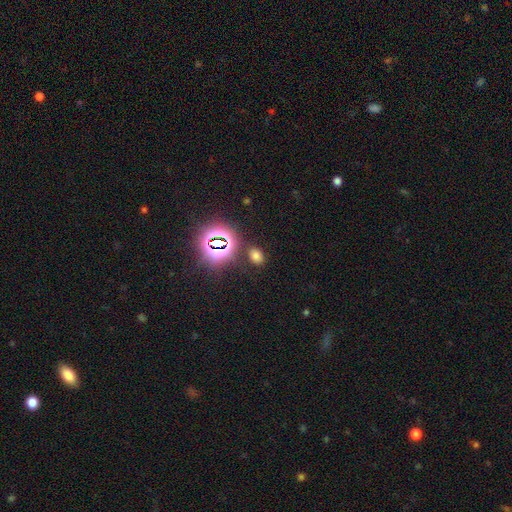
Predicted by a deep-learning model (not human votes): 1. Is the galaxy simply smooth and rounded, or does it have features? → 62% smooth, 31% star or artifact, 7% featured or disk.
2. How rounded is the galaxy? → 71% in between, 27% round, 2% cigar-shaped.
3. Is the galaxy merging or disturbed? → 84% none, 9% minor disturbance, 4% merger, 3% major disturbance.